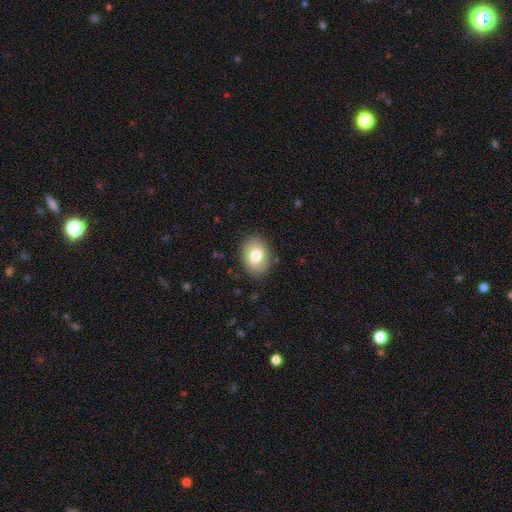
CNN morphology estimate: Smooth or featured? smooth (78%)
How rounded? in between (75%)
Merging? none (86%)